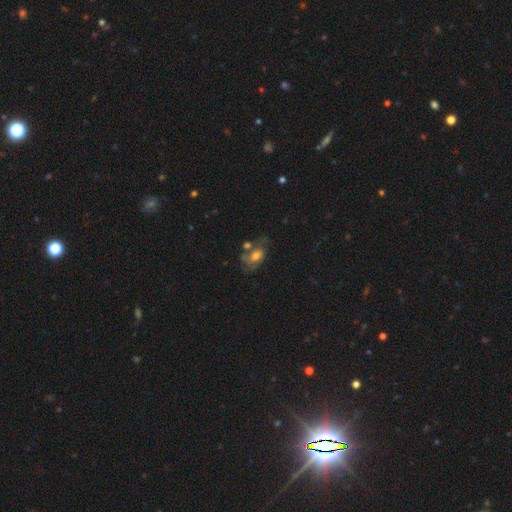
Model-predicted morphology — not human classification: Smooth or featured? smooth (50%)
Merging? none (36%)